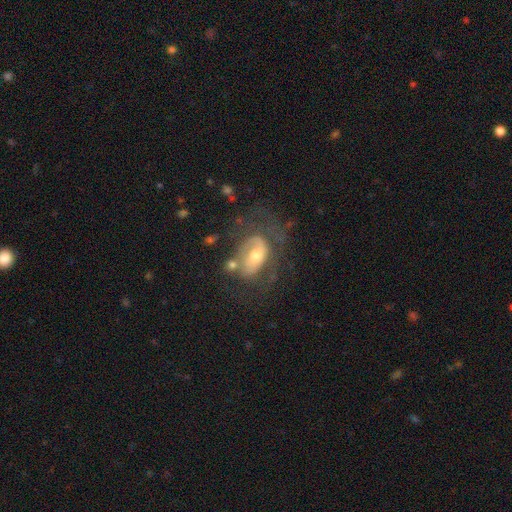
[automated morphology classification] Q: Smooth or featured?
A: featured or disk (62%); runner-up: smooth (30%)
Q: Edge-on disk?
A: no (94%); runner-up: yes (6%)
Q: Bar?
A: no (57%); runner-up: weak (30%)
Q: Spiral arms?
A: yes (61%); runner-up: no (39%)
Q: Bulge size?
A: moderate (67%); runner-up: small (23%)
Q: Merging?
A: none (38%); runner-up: major disturbance (30%)